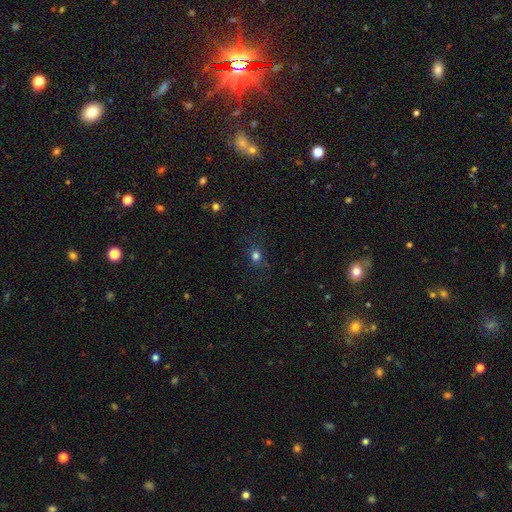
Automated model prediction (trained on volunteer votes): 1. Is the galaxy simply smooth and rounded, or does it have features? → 72% smooth, 20% star or artifact, 9% featured or disk.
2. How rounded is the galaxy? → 73% round, 25% in between, 2% cigar-shaped.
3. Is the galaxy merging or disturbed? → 76% none, 15% minor disturbance, 8% major disturbance, 2% merger.